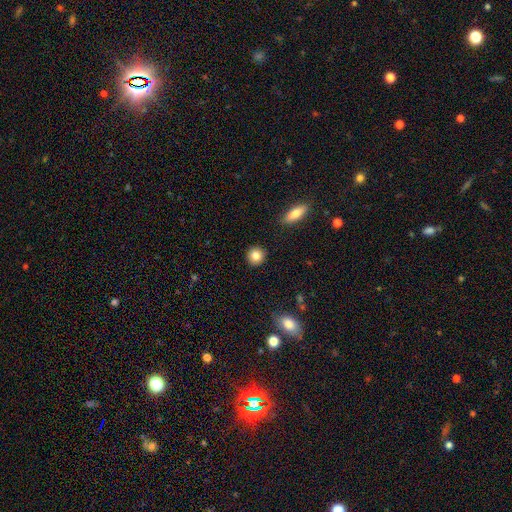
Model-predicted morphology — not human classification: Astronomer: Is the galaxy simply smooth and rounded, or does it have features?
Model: smooth — 85%.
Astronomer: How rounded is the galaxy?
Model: round — 91%.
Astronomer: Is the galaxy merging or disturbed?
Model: none — 91%.